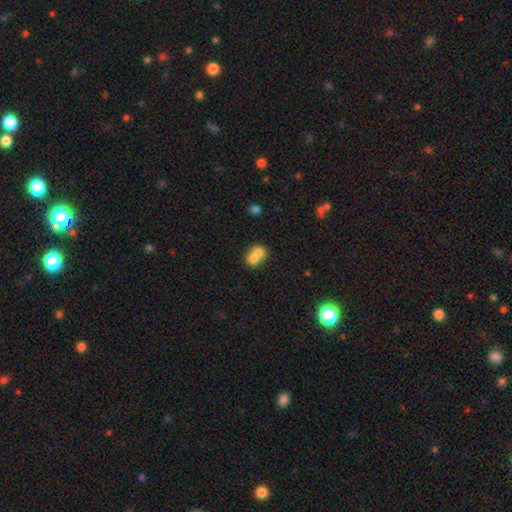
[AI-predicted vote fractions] Morphology: type=smooth (70%); roundness=round (64%); merging=merger (72%).